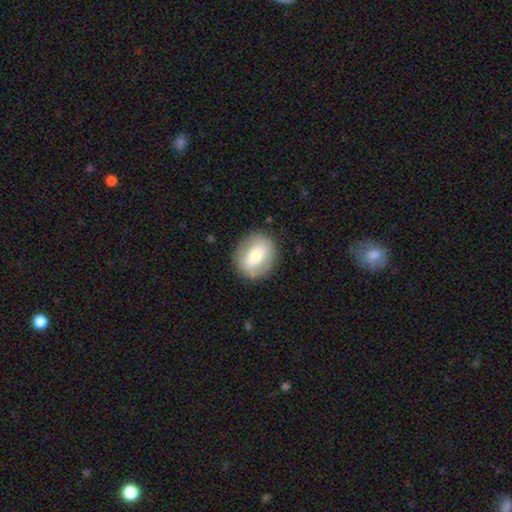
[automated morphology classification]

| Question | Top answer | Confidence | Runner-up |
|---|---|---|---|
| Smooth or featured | smooth | 61% | featured or disk (32%) |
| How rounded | round | 54% | in between (45%) |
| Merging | none | 83% | minor disturbance (11%) |